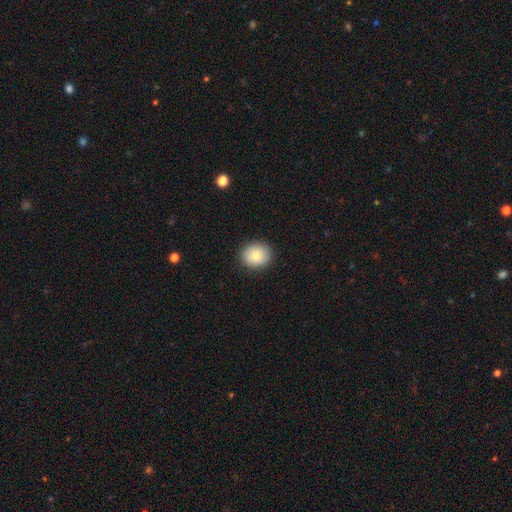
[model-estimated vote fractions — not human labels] Morphology: type=smooth (84%); roundness=round (74%); merging=none (90%).